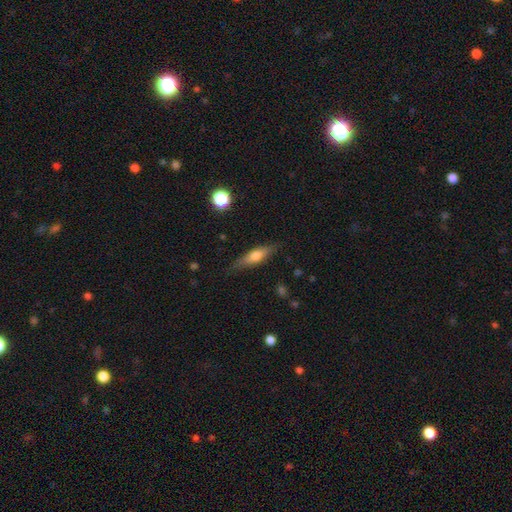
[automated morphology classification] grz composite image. It shows a smooth galaxy with no disk features (51%) that is cigar-shaped (62%). Merging: none (80%).